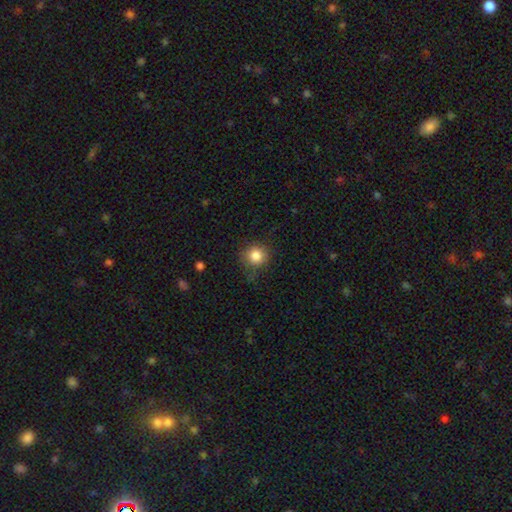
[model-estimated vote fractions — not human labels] Smooth or featured? Predicted: smooth (p=0.84). How rounded? Predicted: round (p=0.90). Merging? Predicted: none (p=0.76).